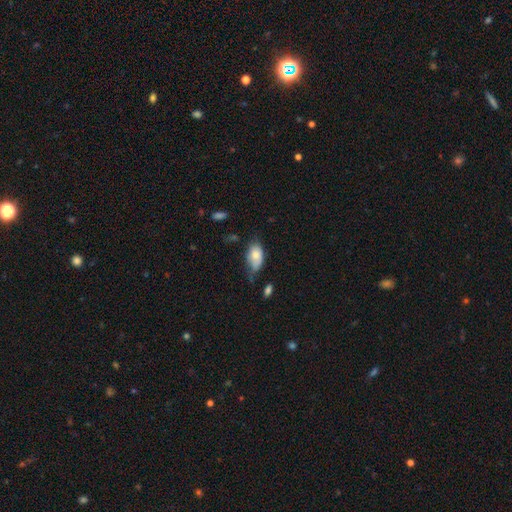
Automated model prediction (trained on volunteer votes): Smooth or featured? Predicted: smooth (p=0.74). How rounded? Predicted: in between (p=0.92). Merging? Predicted: minor disturbance (p=0.42).